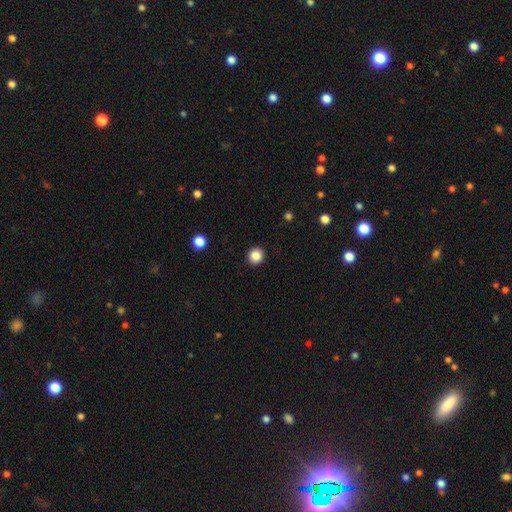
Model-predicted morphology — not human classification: smooth 86%, star or artifact 11%, featured or disk 3%. Down the decision tree: how rounded — round (92%); merging — none (93%).